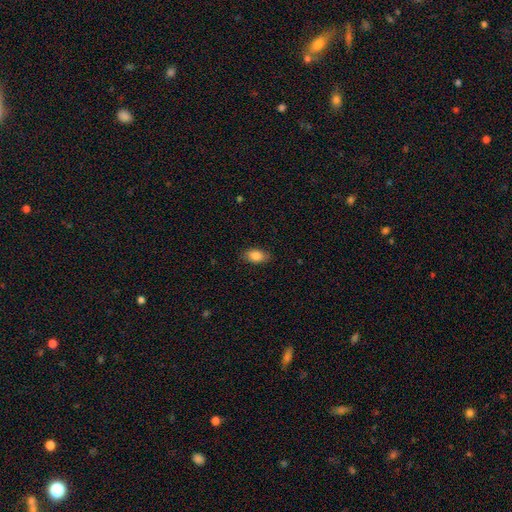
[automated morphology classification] smooth 86%, star or artifact 7%, featured or disk 7%. Down the decision tree: how rounded — in between (89%); merging — none (83%).